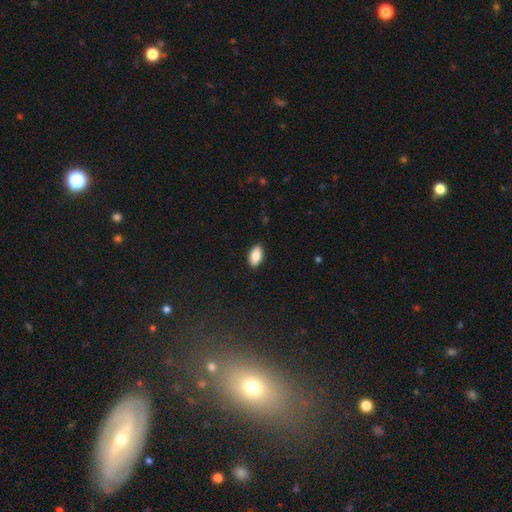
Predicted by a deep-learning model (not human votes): smooth 87%, star or artifact 7%, featured or disk 6%. Down the decision tree: how rounded — in between (93%); merging — none (88%).